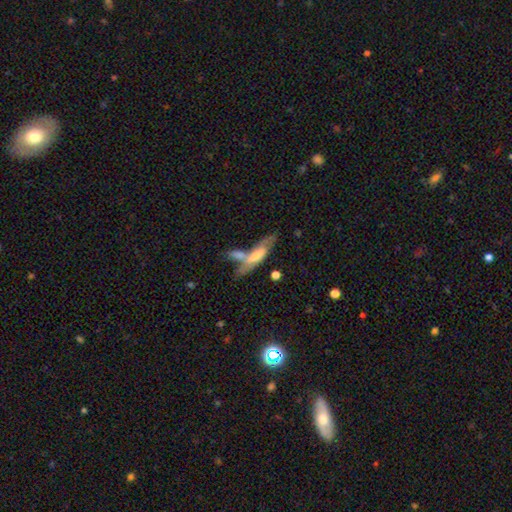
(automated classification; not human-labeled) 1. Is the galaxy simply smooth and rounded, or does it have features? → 49% featured or disk, 43% smooth, 7% star or artifact.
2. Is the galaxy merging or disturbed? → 38% none, 37% merger, 16% minor disturbance, 9% major disturbance.